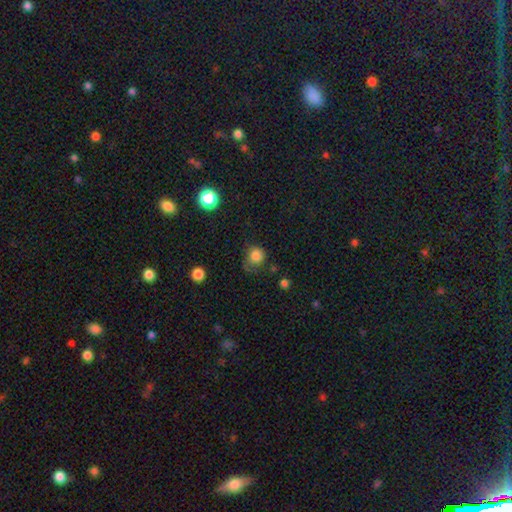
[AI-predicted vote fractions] A smooth galaxy with no disk features (82%) that is round (83%). Merging: none (55%).